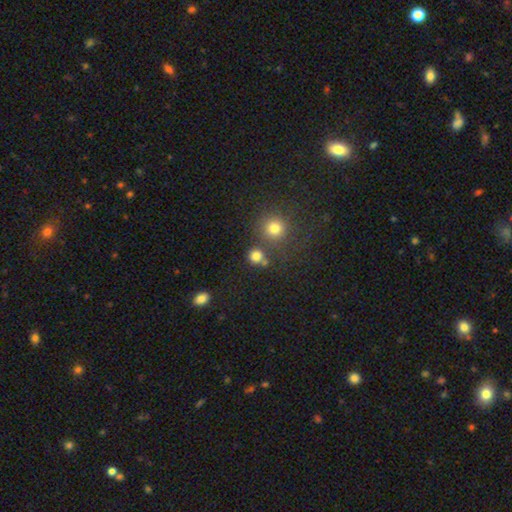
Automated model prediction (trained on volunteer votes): smooth-or-featured: smooth: 79% | star or artifact: 15% | featured or disk: 6%
  how-rounded: round: 88% | in between: 11% | cigar-shaped: 1%
  merging: none: 68% | merger: 19% | minor disturbance: 9% | major disturbance: 4%